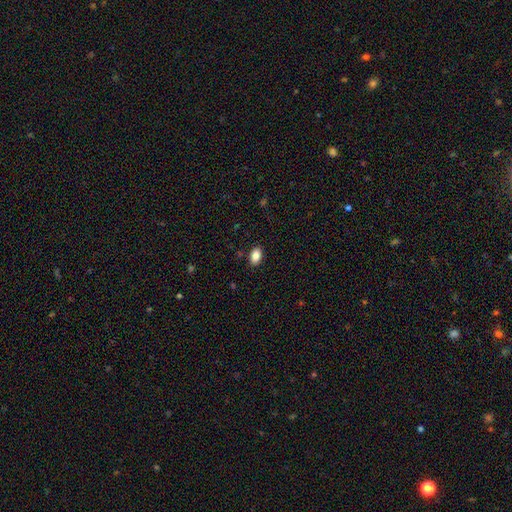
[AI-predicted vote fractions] smooth_or_featured: smooth (p=0.86) [alt: star or artifact p=0.08]
how_rounded: in between (p=0.88) [alt: round p=0.10]
merging: none (p=0.88) [alt: minor disturbance p=0.08]